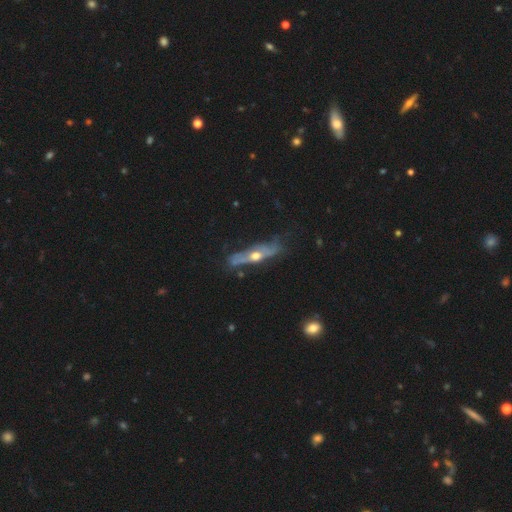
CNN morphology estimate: smooth_or_featured: featured or disk (p=0.73) [alt: smooth p=0.21]
disk_edge_on: yes (p=0.70) [alt: no p=0.30]
edge_on_bulge: rounded (p=0.90) [alt: none p=0.07]
merging: none (p=0.62) [alt: minor disturbance p=0.25]